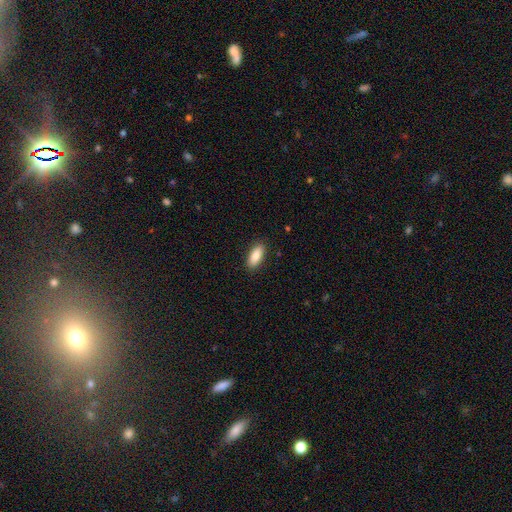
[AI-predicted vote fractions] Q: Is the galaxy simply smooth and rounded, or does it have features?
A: smooth — 88%.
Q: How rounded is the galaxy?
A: in between — 83%.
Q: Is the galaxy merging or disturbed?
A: none — 89%.